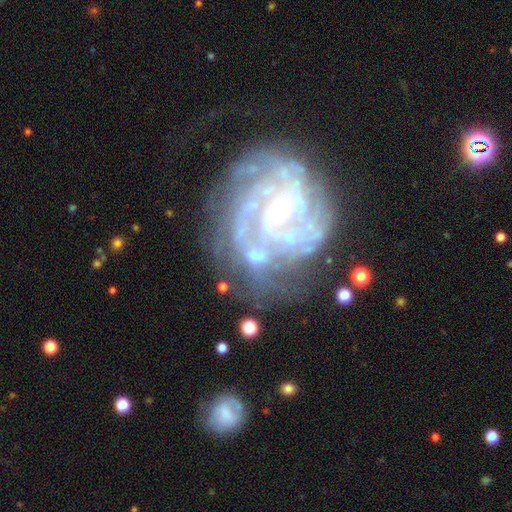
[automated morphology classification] smooth-or-featured: featured or disk: 76% | star or artifact: 13% | smooth: 11%
  disk-edge-on: no: 97% | yes: 3%
    bar: no: 61% | weak: 26% | strong: 13%
    has-spiral-arms: yes: 82% | no: 18%
      spiral-winding: tight: 51% | medium: 36% | loose: 13%
      spiral-arm-count: can't tell: 33% | 2: 23% | 3: 19% | 4: 9% | 1: 8% | more than 4: 8%
    bulge-size: small: 55% | moderate: 29% | none: 10% | large: 3% | dominant: 2%
  merging: none: 38% | merger: 25% | major disturbance: 21% | minor disturbance: 17%